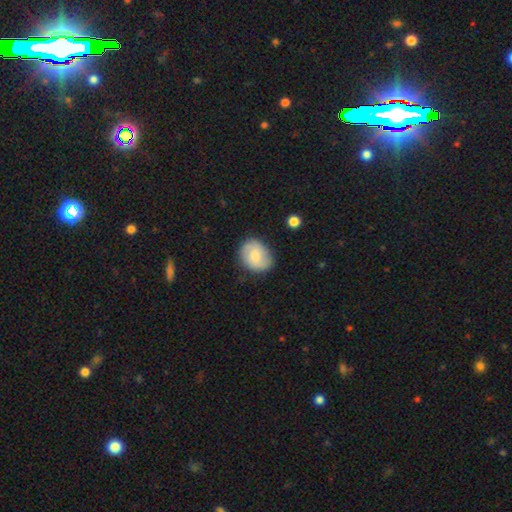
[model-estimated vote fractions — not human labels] smooth 57%, featured or disk 36%, star or artifact 7%. Down the decision tree: how rounded — round (57%); merging — none (76%).